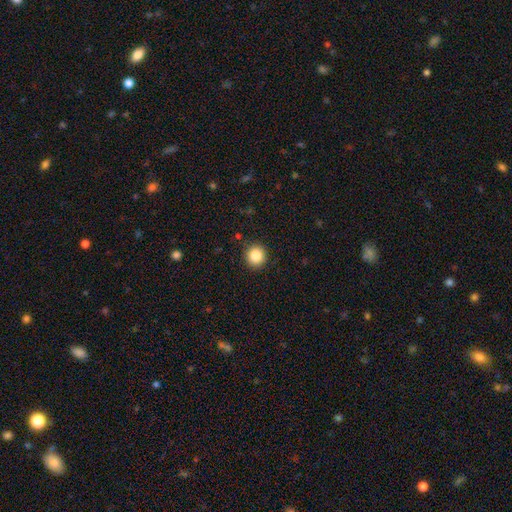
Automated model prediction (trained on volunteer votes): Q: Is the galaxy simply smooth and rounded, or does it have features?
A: smooth — 85%.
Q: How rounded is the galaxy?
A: round — 93%.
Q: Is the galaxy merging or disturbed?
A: none — 91%.